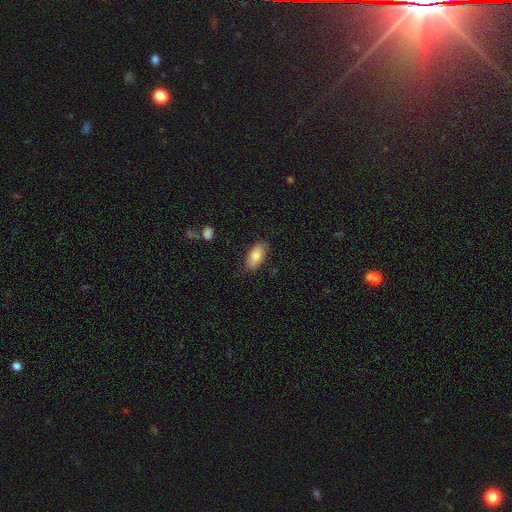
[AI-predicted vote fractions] Smooth or featured?
  - smooth: 82% *
  - featured or disk: 11%
  - star or artifact: 7%
How rounded?
  - in between: 92% *
  - cigar-shaped: 5%
  - round: 3%
Merging?
  - none: 82% *
  - minor disturbance: 13%
  - major disturbance: 3%
  - merger: 1%